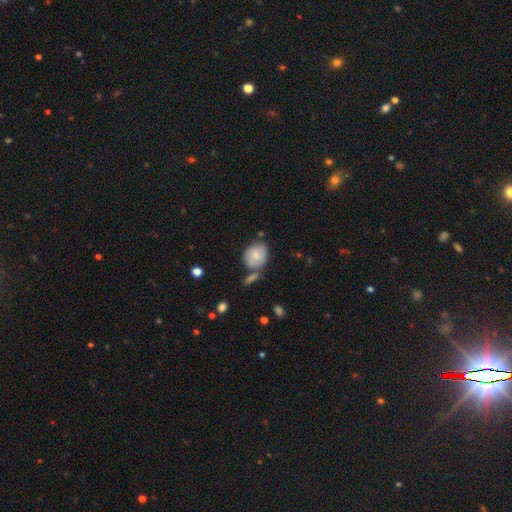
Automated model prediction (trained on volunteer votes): smooth_or_featured: smooth (p=0.73) [alt: featured or disk p=0.20]
how_rounded: round (p=0.62) [alt: in between p=0.37]
merging: none (p=0.57) [alt: minor disturbance p=0.19]